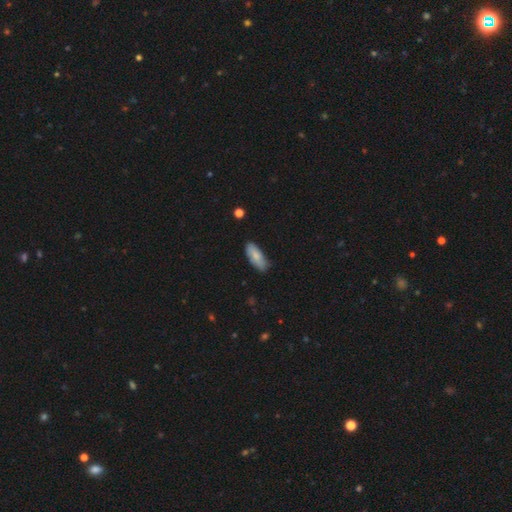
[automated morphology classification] Overall: smooth (78%). How rounded: in between (80%). Merging: none (76%).